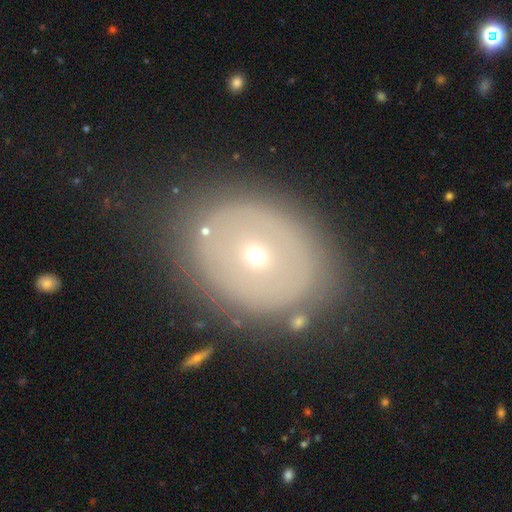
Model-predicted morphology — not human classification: type=featured or disk (46%); merging=none (79%).